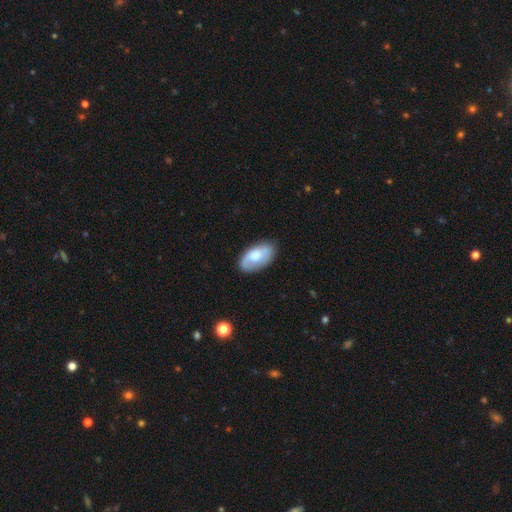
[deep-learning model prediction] smooth_or_featured: smooth (p=0.56) [alt: featured or disk p=0.38]
how_rounded: in between (p=0.94) [alt: round p=0.04]
merging: none (p=0.74) [alt: minor disturbance p=0.19]